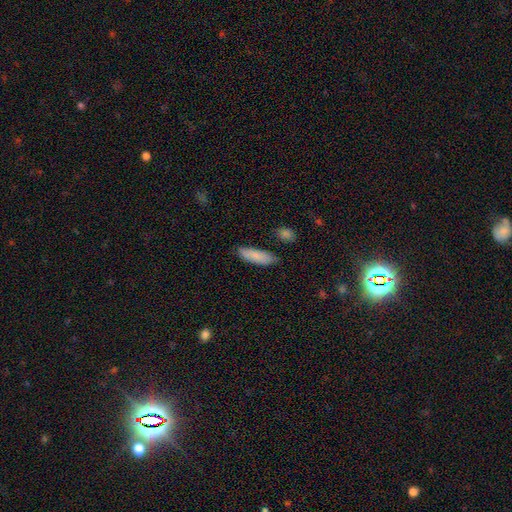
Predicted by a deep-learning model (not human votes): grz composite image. It shows a smooth galaxy with no disk features (83%) that is in between round and cigar-shaped (54%). Merging: none (80%).